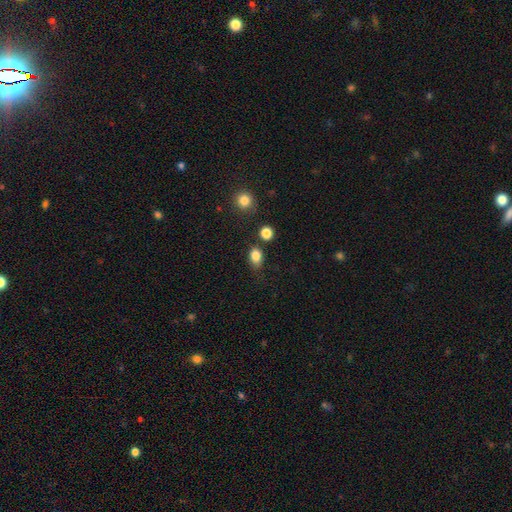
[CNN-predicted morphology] Smooth or featured: smooth — 83% (star or artifact — 11%)
How rounded: in between — 65% (round — 34%)
Merging: none — 69% (minor disturbance — 20%)